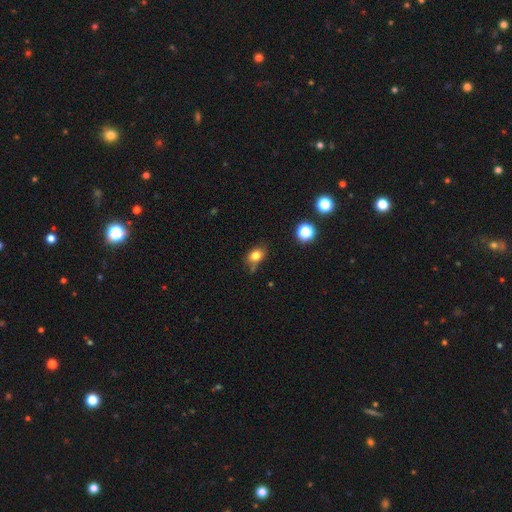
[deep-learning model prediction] Morphology: type=smooth (80%); roundness=in between (63%); merging=none (64%).